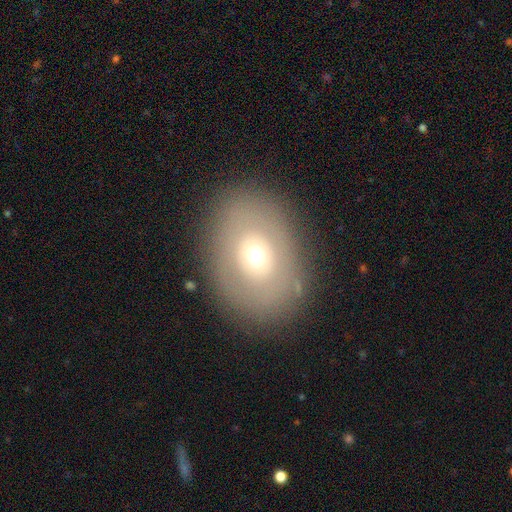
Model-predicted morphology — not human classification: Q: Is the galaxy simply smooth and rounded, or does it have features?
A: smooth — 53%.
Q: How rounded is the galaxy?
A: in between — 68%.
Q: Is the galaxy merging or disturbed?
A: none — 84%.